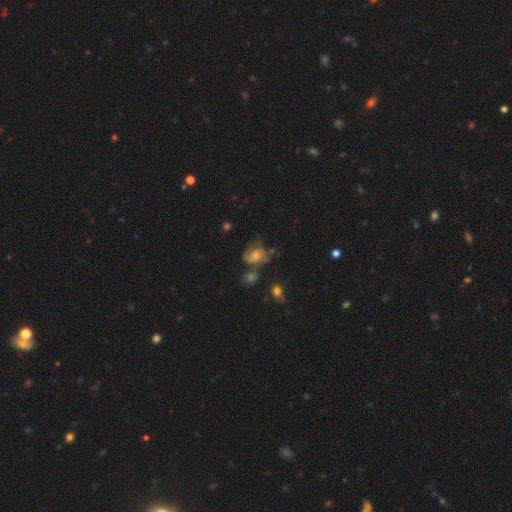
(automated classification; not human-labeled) featured or disk 45%, smooth 42%, star or artifact 14%. Down the decision tree: merging — none (37%).